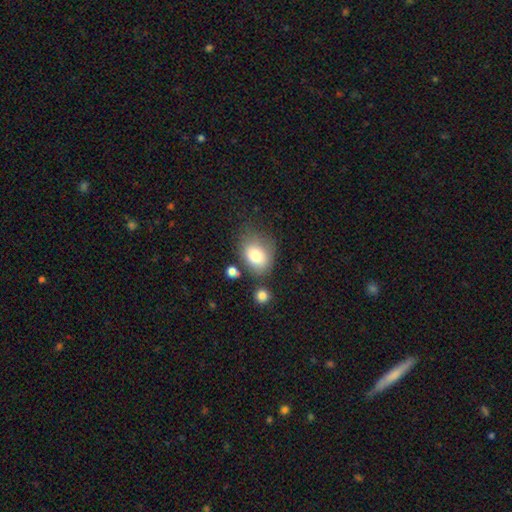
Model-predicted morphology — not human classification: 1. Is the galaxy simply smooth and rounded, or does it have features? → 76% smooth, 14% featured or disk, 9% star or artifact.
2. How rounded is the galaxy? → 61% in between, 38% round, 1% cigar-shaped.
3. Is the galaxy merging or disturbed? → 52% none, 26% minor disturbance, 12% major disturbance, 10% merger.